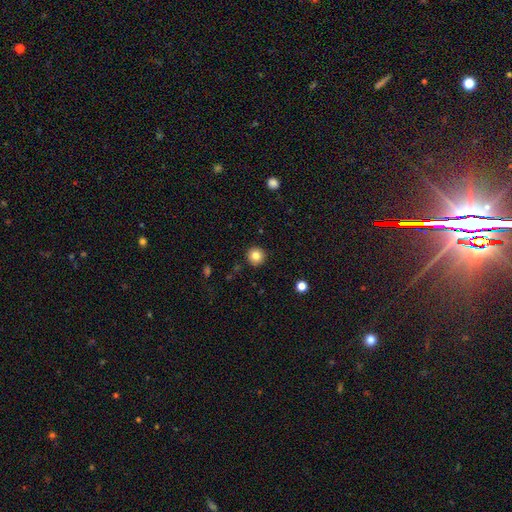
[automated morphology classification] The model was most divided on "smooth or featured": smooth: 83%, star or artifact: 11%, featured or disk: 7%. More confident: how rounded — round (95%); merging — none (92%).